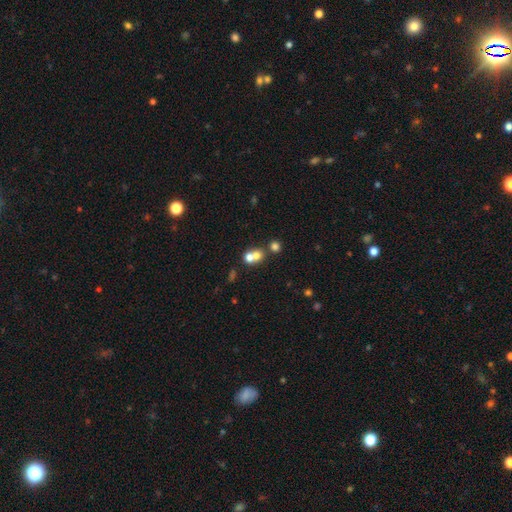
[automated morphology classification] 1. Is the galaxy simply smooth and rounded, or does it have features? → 67% smooth, 18% featured or disk, 15% star or artifact.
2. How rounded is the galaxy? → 74% round, 25% in between, 1% cigar-shaped.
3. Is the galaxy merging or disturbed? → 57% merger, 34% none, 6% minor disturbance, 3% major disturbance.